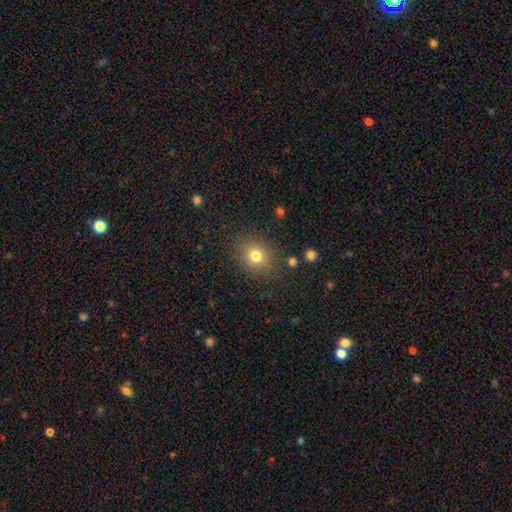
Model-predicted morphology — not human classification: smooth_or_featured: smooth (p=0.77) [alt: star or artifact p=0.14]
how_rounded: round (p=0.71) [alt: in between p=0.28]
merging: none (p=0.84) [alt: minor disturbance p=0.10]